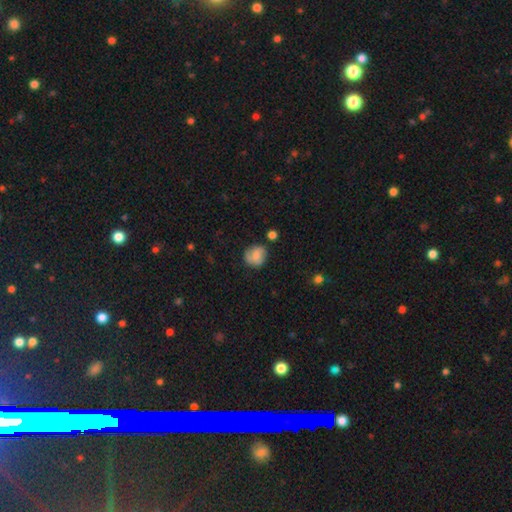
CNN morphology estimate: This is likely a smooth galaxy (73%). How rounded: likely round (75%). Merging: likely none (63%).